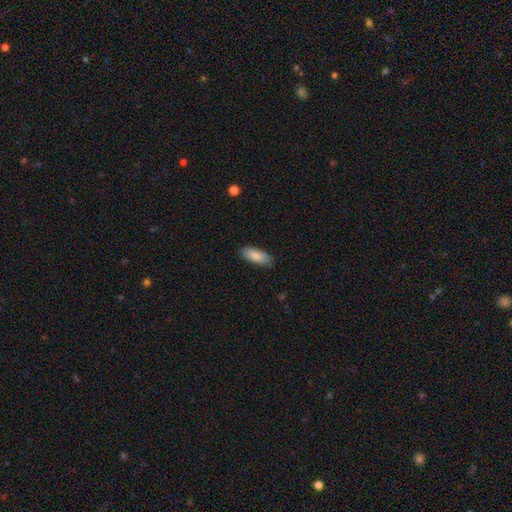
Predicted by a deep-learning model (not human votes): A smooth galaxy with no disk features (87%) that is in between round and cigar-shaped (78%).

Vote fractions:
- Smooth or featured? smooth: 87% / featured or disk: 7% / star or artifact: 6%
- How rounded? in between: 78% / cigar-shaped: 21% / round: 2%
- Merging? none: 85% / minor disturbance: 12% / major disturbance: 2% / merger: 1%